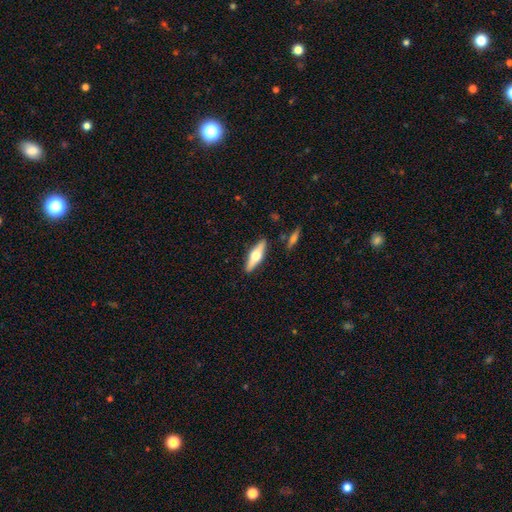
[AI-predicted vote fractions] A featured or disk galaxy (53%) viewed edge-on (92%).

Vote fractions:
- Smooth or featured? featured or disk: 53% / smooth: 42% / star or artifact: 6%
- Edge-on disk? yes: 92% / no: 8%
- Merging? none: 87% / minor disturbance: 9% / merger: 2% / major disturbance: 2%